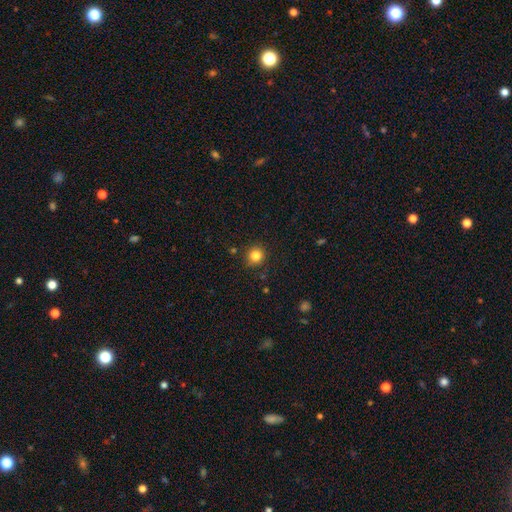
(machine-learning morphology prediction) This is clearly a smooth galaxy (83%). How rounded: clearly round (92%). Merging: clearly none (88%).